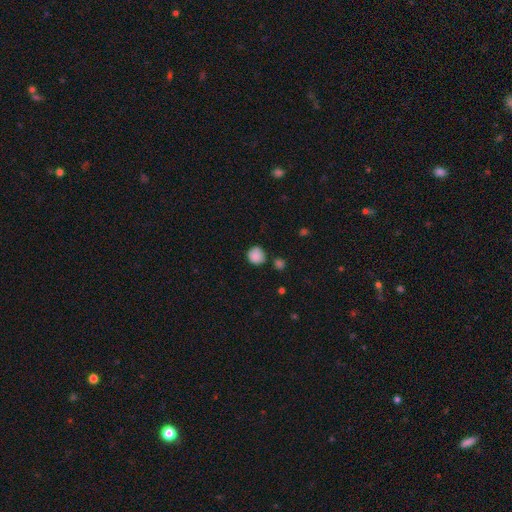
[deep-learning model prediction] Smooth or featured? Predicted: smooth (p=0.86). How rounded? Predicted: round (p=0.86). Merging? Predicted: none (p=0.69).